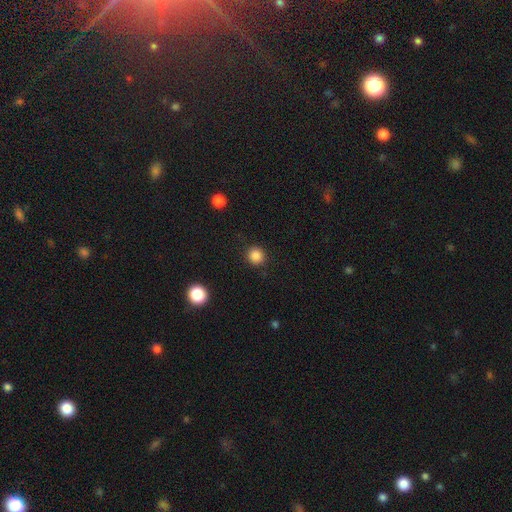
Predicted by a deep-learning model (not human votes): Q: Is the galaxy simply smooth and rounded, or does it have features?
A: smooth — 86%.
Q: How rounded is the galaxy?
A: round — 92%.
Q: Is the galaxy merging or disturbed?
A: none — 90%.